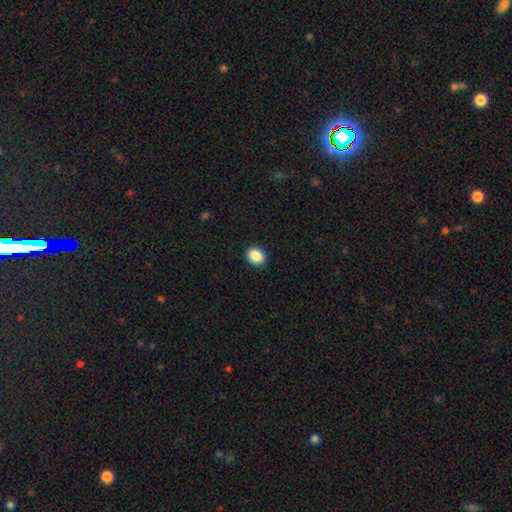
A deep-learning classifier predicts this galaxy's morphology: Smooth or featured?
  - smooth: 88% *
  - star or artifact: 8%
  - featured or disk: 3%
How rounded?
  - round: 57% *
  - in between: 42%
  - cigar-shaped: 1%
Merging?
  - none: 91% *
  - minor disturbance: 7%
  - major disturbance: 2%
  - merger: 1%